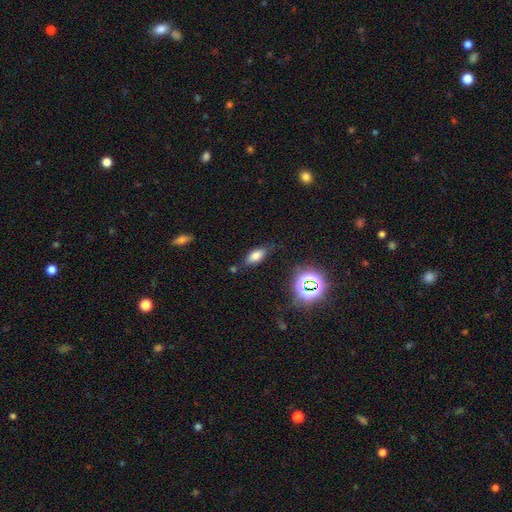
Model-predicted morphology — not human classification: This appears to be a smooth galaxy with no disk features (71%) that is in between round and cigar-shaped (79%). Merging: none (74%).